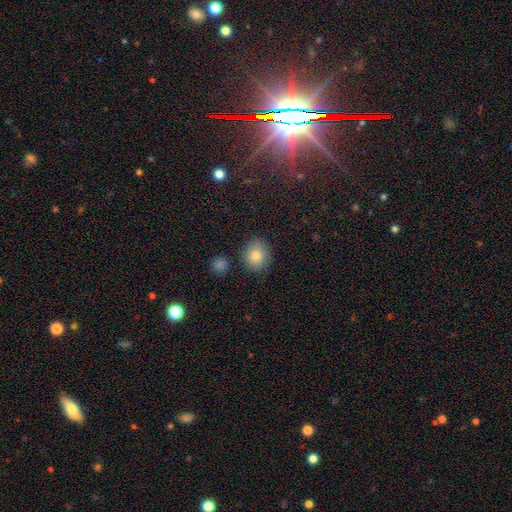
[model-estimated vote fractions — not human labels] The model was most divided on "how rounded": round: 71%, in between: 28%, cigar-shaped: 1%. More confident: merging — none (82%); smooth or featured — smooth (82%).